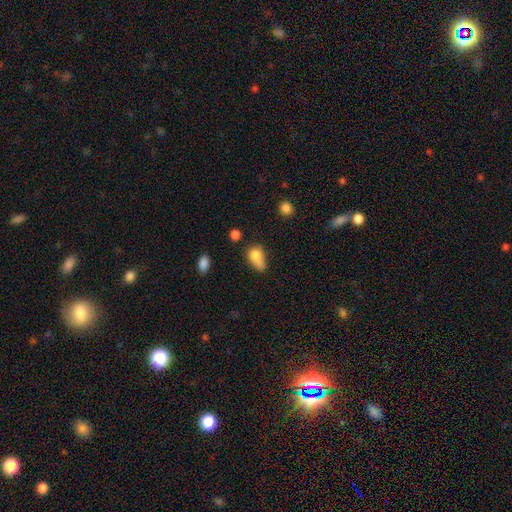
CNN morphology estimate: The model was most divided on "merging": minor disturbance: 31%, none: 26%, merger: 22%, major disturbance: 21%. More confident: smooth or featured — smooth (77%); how rounded — in between (68%).